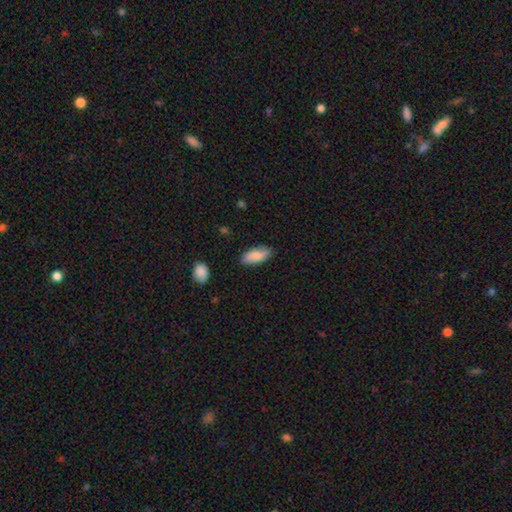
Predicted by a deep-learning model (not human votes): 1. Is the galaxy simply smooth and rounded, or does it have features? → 76% smooth, 17% featured or disk, 6% star or artifact.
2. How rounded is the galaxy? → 87% in between, 10% cigar-shaped, 2% round.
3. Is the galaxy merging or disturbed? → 81% none, 14% minor disturbance, 3% major disturbance, 2% merger.